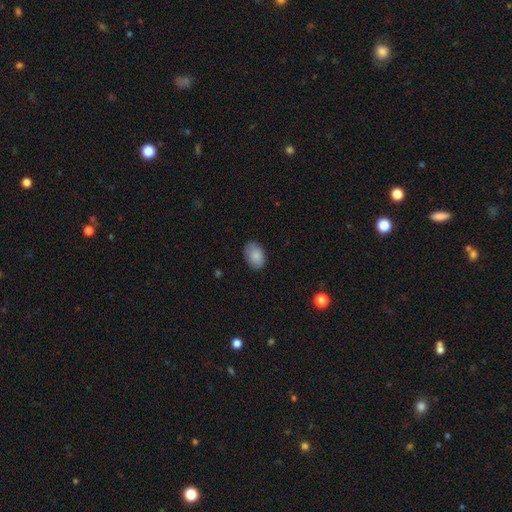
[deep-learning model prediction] Q: Smooth or featured?
A: smooth (87%); runner-up: star or artifact (7%)
Q: How rounded?
A: in between (87%); runner-up: round (12%)
Q: Merging?
A: none (83%); runner-up: minor disturbance (13%)